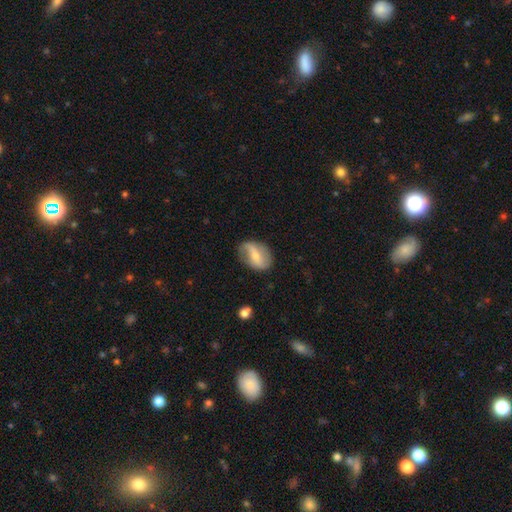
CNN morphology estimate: This is likely a featured or disk galaxy (60%). It is clearly not viewed edge-on (95%). Bar: marginally weak (40%). Spiral arm pattern: likely yes (80%). Central bulge: possibly small (52%). Merging: likely none (66%).